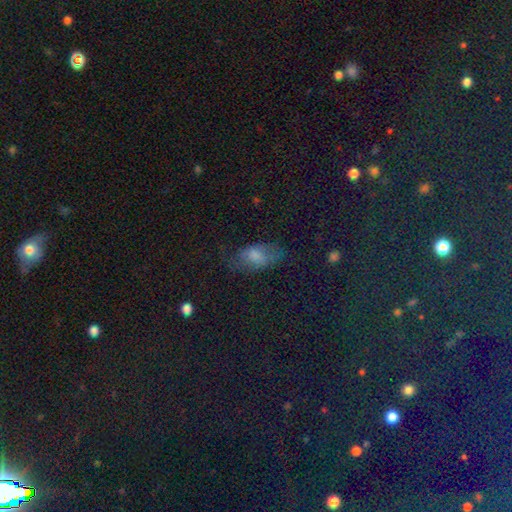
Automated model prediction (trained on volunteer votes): The model was most divided on "smooth or featured": smooth: 52%, featured or disk: 26%, star or artifact: 22%. More confident: how rounded — in between (87%); merging — none (61%).